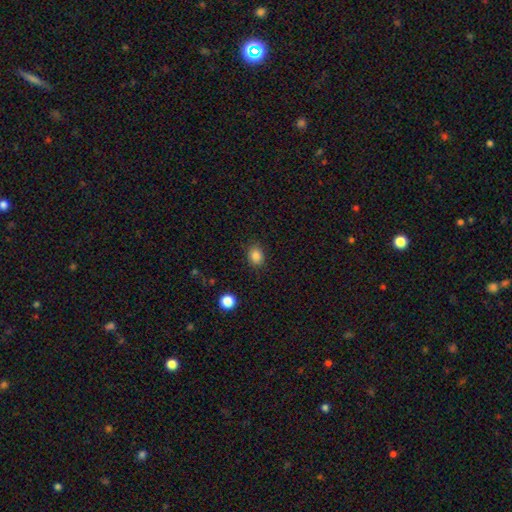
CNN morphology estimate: This is clearly a smooth galaxy (85%). How rounded: possibly in between (51%). Merging: clearly none (86%).